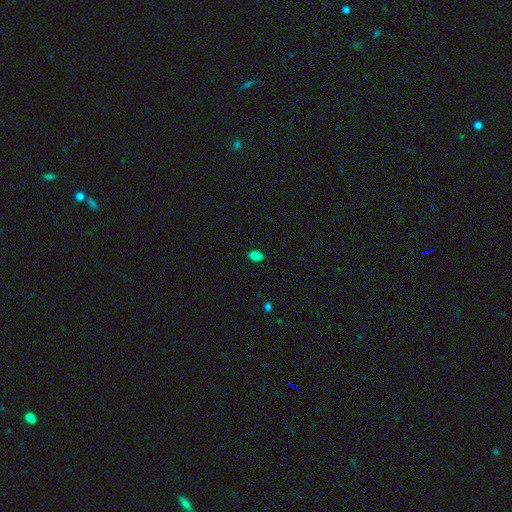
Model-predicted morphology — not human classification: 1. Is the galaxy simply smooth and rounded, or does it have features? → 83% smooth, 13% star or artifact, 4% featured or disk.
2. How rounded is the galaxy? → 86% in between, 12% round, 2% cigar-shaped.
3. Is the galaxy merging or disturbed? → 88% none, 9% minor disturbance, 2% major disturbance, 1% merger.